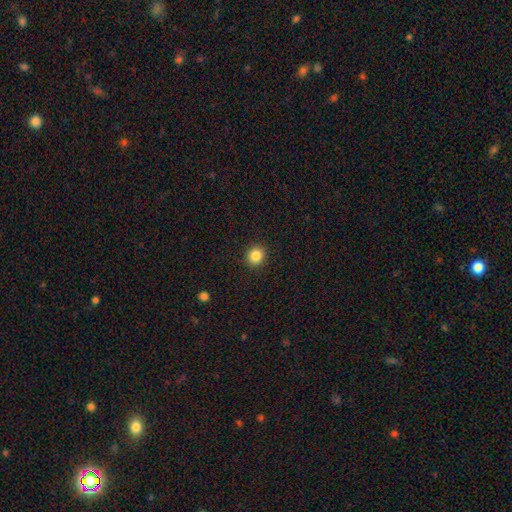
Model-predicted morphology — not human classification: smooth_or_featured: smooth (p=0.85) [alt: star or artifact p=0.11]
how_rounded: round (p=0.86) [alt: in between p=0.13]
merging: none (p=0.92) [alt: minor disturbance p=0.05]